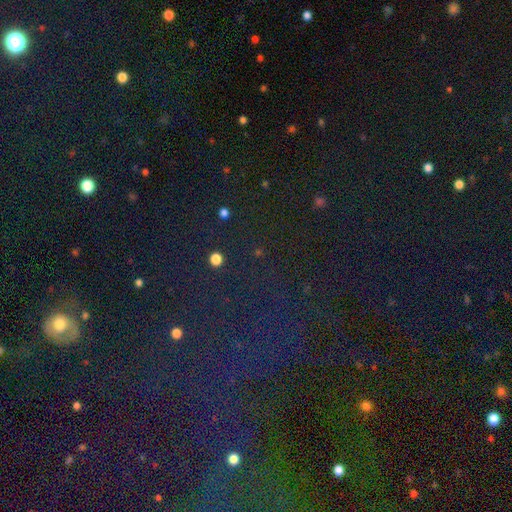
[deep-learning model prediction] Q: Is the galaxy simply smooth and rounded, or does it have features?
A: star or artifact — 78%.